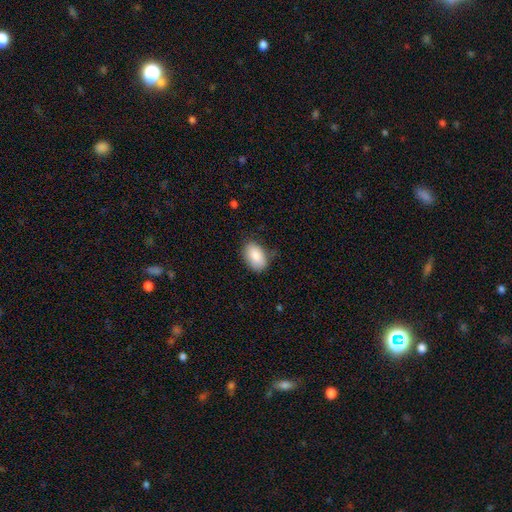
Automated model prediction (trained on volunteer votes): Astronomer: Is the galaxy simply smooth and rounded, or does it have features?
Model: smooth — 86%.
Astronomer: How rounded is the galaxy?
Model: in between — 91%.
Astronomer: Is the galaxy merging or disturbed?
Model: none — 74%.